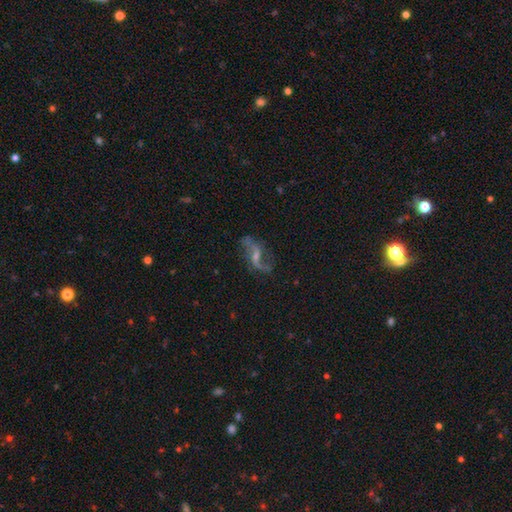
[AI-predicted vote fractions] smooth_or_featured: featured or disk (p=0.83) [alt: star or artifact p=0.09]
disk_edge_on: no (p=0.94) [alt: yes p=0.06]
bar: weak (p=0.47) [alt: strong p=0.26]
has_spiral_arms: yes (p=0.93) [alt: no p=0.07]
spiral_winding: loose (p=0.82) [alt: medium p=0.14]
spiral_arm_count: 2 (p=0.90) [alt: 1 p=0.03]
bulge_size: small (p=0.49) [alt: moderate p=0.30]
merging: none (p=0.72) [alt: minor disturbance p=0.15]